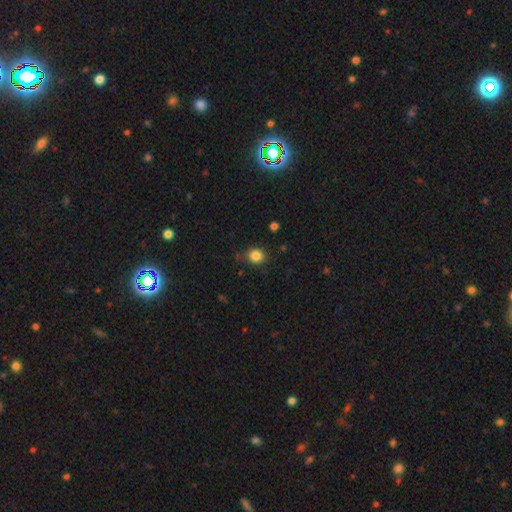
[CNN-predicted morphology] smooth 84%, star or artifact 11%, featured or disk 4%. Down the decision tree: how rounded — round (81%); merging — none (81%).